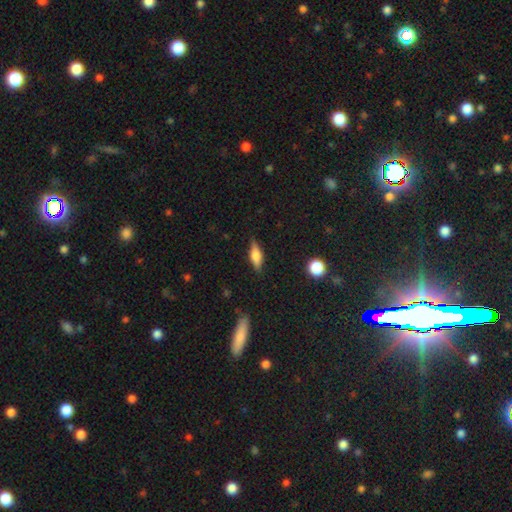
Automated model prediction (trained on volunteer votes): Smooth or featured? Predicted: smooth (p=0.50). Merging? Predicted: none (p=0.83).